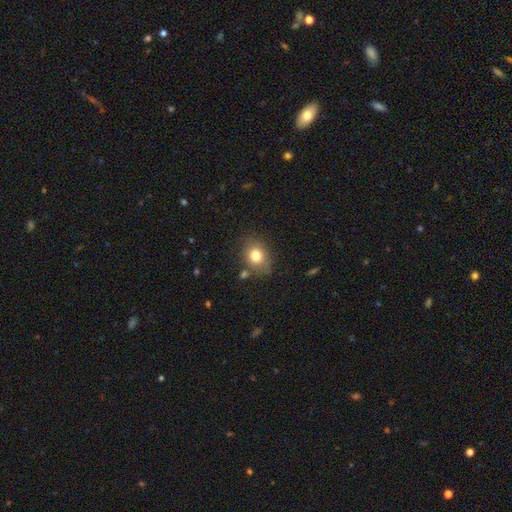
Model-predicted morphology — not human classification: type=smooth (79%); roundness=round (53%); merging=none (75%).